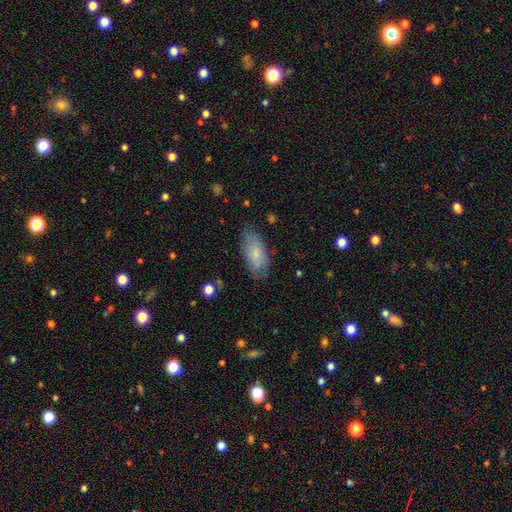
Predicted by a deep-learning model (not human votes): Smooth or featured? smooth (75%)
How rounded? in between (88%)
Merging? none (74%)